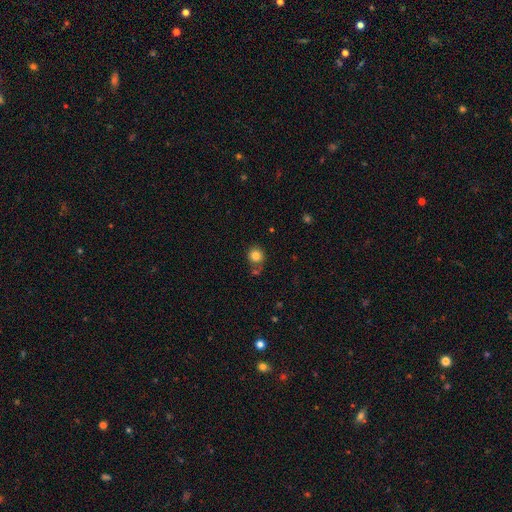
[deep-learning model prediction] smooth-or-featured: smooth: 83% | star or artifact: 11% | featured or disk: 7%
  how-rounded: round: 86% | in between: 13% | cigar-shaped: 1%
  merging: none: 69% | minor disturbance: 14% | merger: 13% | major disturbance: 4%